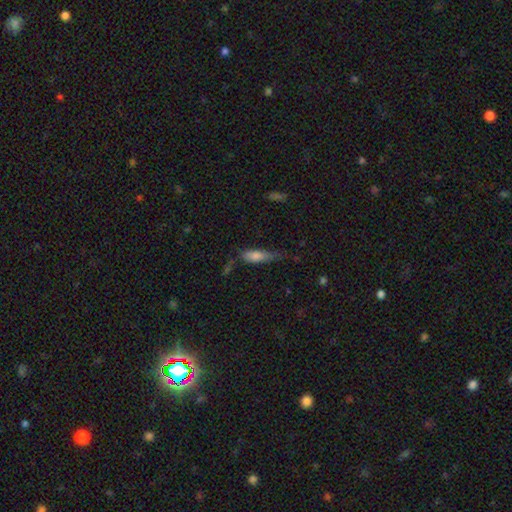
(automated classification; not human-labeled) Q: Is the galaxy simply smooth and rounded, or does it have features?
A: smooth — 71%.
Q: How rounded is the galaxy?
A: cigar-shaped — 55%.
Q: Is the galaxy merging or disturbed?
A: none — 47%.